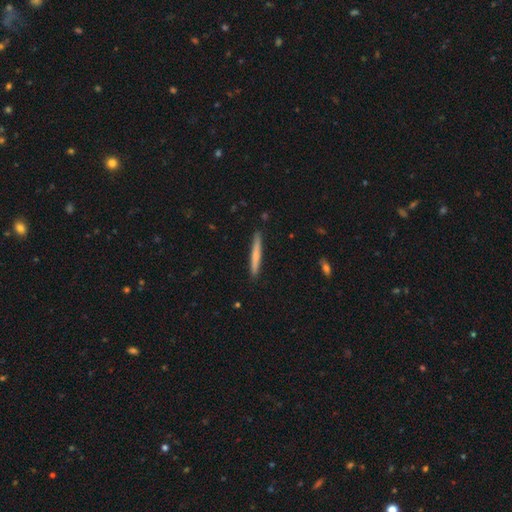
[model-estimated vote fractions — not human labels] A smooth galaxy with no disk features (63%) that is cigar-shaped (96%). Merging: none (91%).